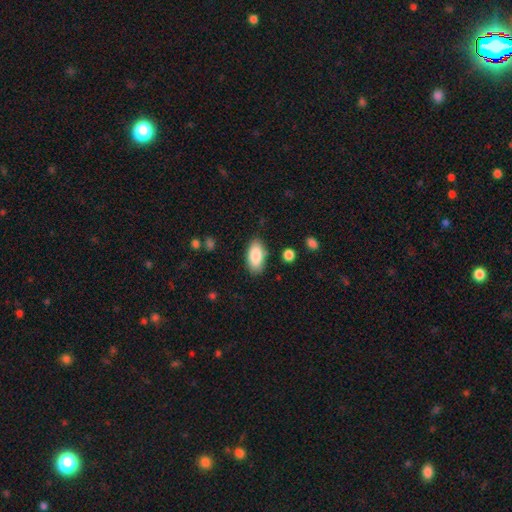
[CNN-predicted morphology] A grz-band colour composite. It shows a smooth galaxy with no disk features (87%) that is in between round and cigar-shaped (93%). Merging: none (83%).